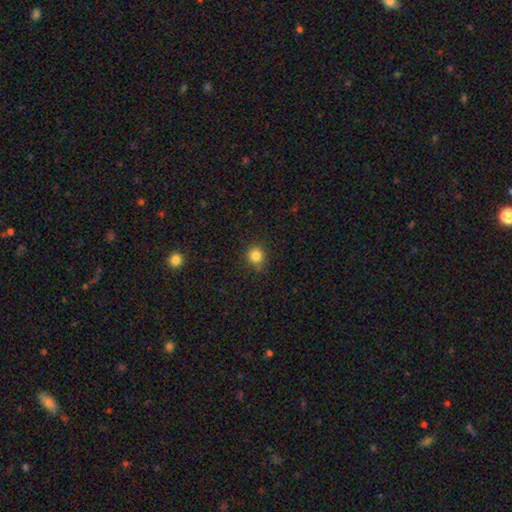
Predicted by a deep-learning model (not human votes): Smooth or featured? Predicted: smooth (p=0.83). How rounded? Predicted: round (p=0.86). Merging? Predicted: none (p=0.79).